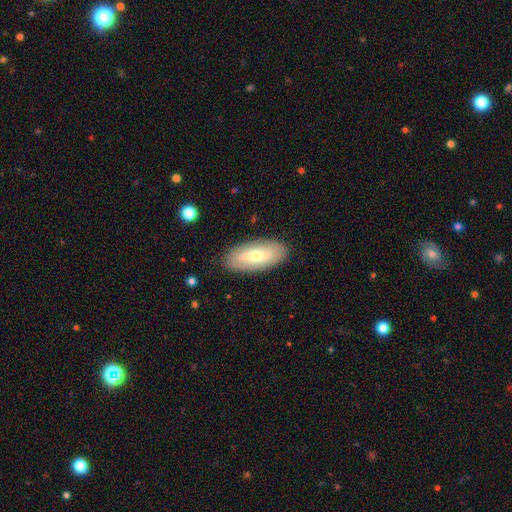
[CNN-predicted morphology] Q: Smooth or featured?
A: smooth (57%); runner-up: featured or disk (36%)
Q: How rounded?
A: in between (86%); runner-up: cigar-shaped (12%)
Q: Merging?
A: none (87%); runner-up: minor disturbance (10%)